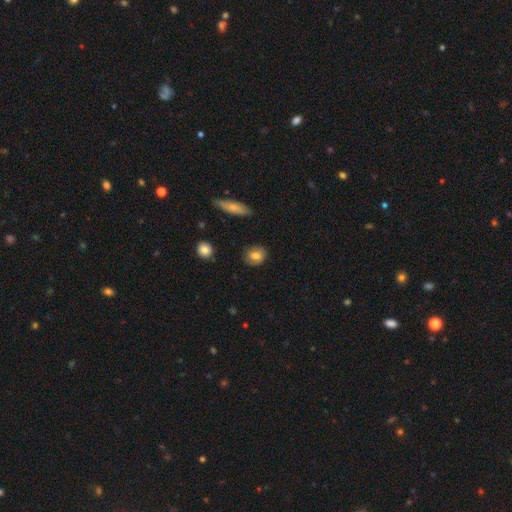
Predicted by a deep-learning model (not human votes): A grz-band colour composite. It shows a smooth galaxy with no disk features (73%) that is round (57%). Merging: none (82%).